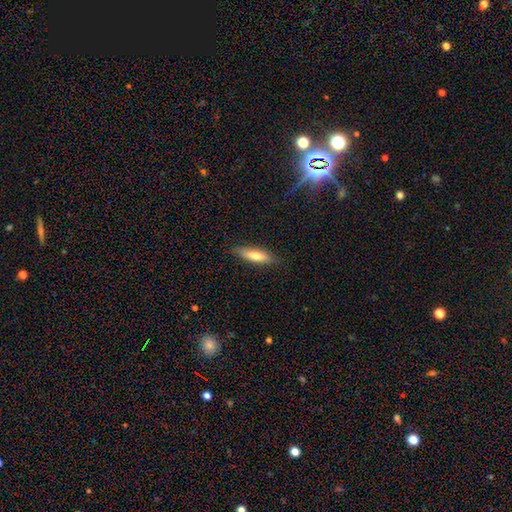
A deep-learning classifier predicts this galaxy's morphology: smooth-or-featured: smooth: 73% | featured or disk: 21% | star or artifact: 6%
  how-rounded: cigar-shaped: 64% | in between: 35% | round: 2%
  merging: none: 85% | minor disturbance: 12% | major disturbance: 2% | merger: 1%